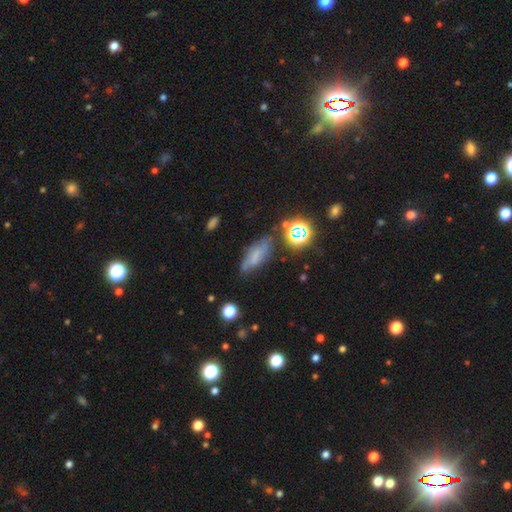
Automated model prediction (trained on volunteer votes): Smooth or featured?
  - smooth: 43% *
  - featured or disk: 37%
  - star or artifact: 20%
Merging?
  - none: 58% *
  - minor disturbance: 26%
  - major disturbance: 10%
  - merger: 5%